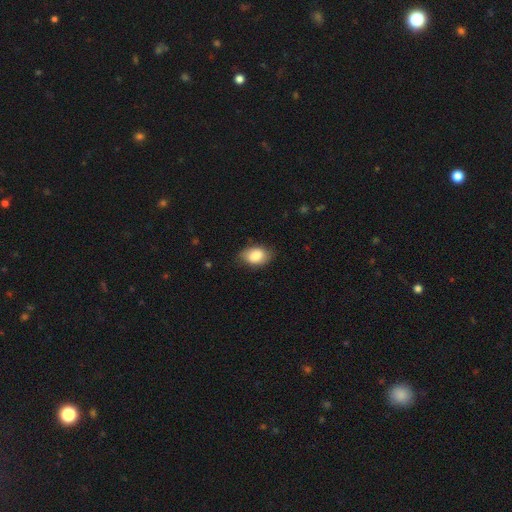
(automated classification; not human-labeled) Overall: smooth (84%). How rounded: in between (88%). Merging: none (77%).